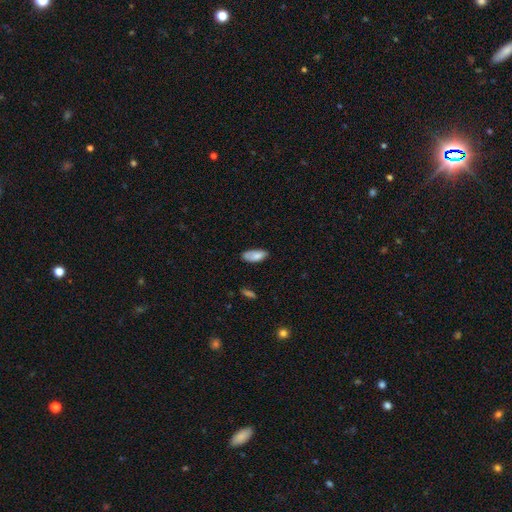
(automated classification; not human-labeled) The model was most divided on "merging": none: 70%, minor disturbance: 24%, major disturbance: 4%, merger: 2%. More confident: how rounded — in between (87%); smooth or featured — smooth (82%).